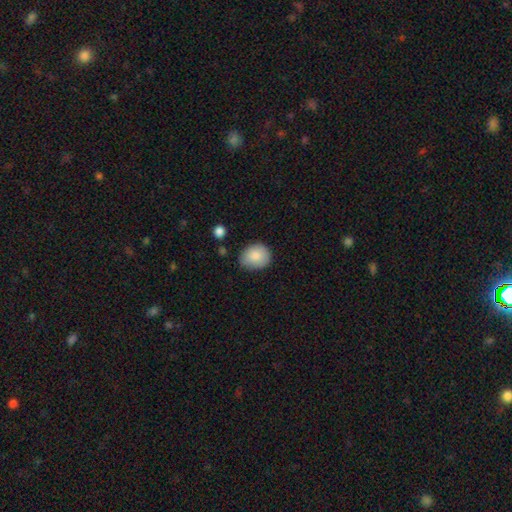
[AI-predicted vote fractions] Smooth or featured?
  - smooth: 86% *
  - star or artifact: 7%
  - featured or disk: 7%
How rounded?
  - round: 58% *
  - in between: 41%
  - cigar-shaped: 1%
Merging?
  - none: 73% *
  - minor disturbance: 21%
  - major disturbance: 4%
  - merger: 2%